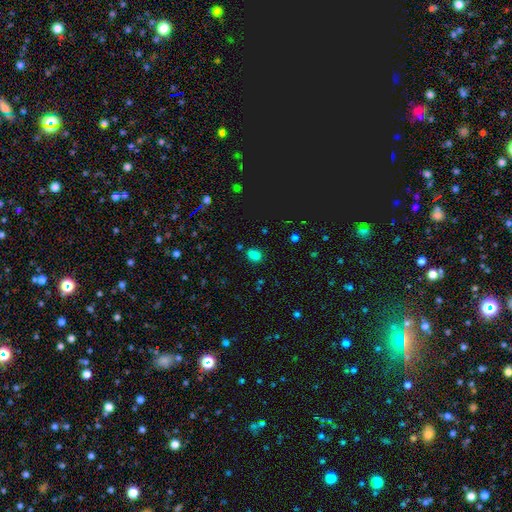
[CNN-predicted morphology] Smooth or featured? smooth (73%)
How rounded? round (53%)
Merging? none (67%)